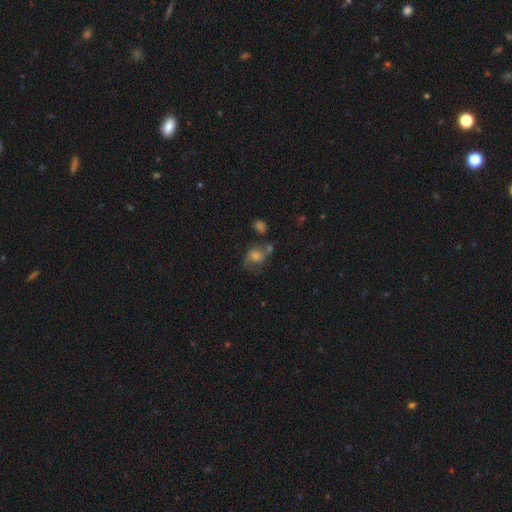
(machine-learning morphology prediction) type=smooth (44%); merging=none (48%).